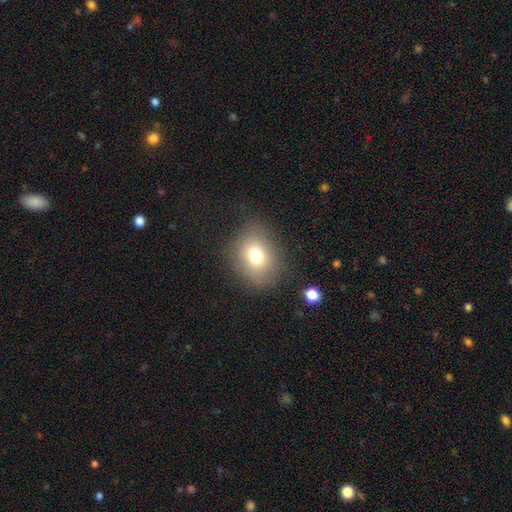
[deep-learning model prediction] Smooth or featured? smooth (74%)
How rounded? round (51%)
Merging? none (80%)